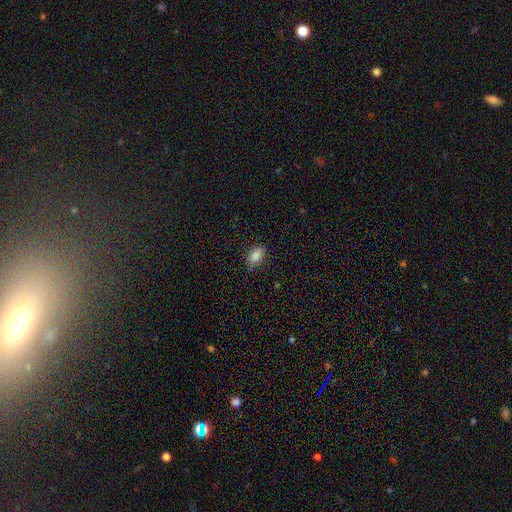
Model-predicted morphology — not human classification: A smooth galaxy with no disk features (85%) that is in between round and cigar-shaped (86%).

Vote fractions:
- Smooth or featured? smooth: 85% / star or artifact: 9% / featured or disk: 6%
- How rounded? in between: 86% / round: 11% / cigar-shaped: 3%
- Merging? none: 83% / minor disturbance: 13% / major disturbance: 3% / merger: 1%